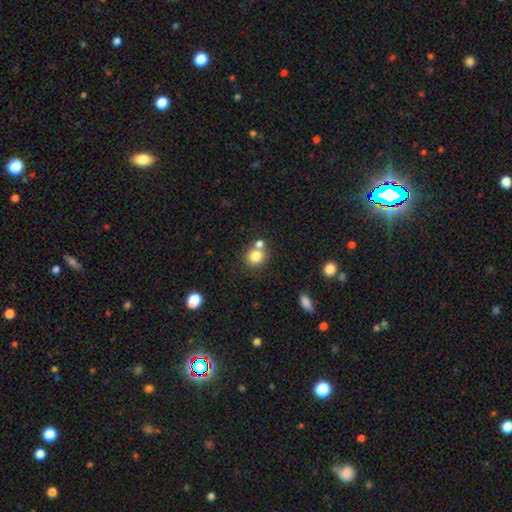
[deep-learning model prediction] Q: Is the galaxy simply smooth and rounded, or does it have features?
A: smooth — 81%.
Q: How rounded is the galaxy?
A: round — 82%.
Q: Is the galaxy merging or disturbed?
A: none — 57%.